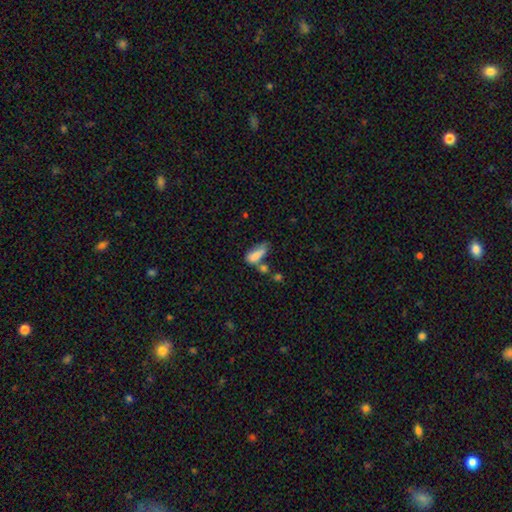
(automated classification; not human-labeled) The model was most divided on "merging": none: 30%, minor disturbance: 26%, merger: 25%, major disturbance: 18%. More confident: smooth or featured — smooth (78%); how rounded — in between (72%).